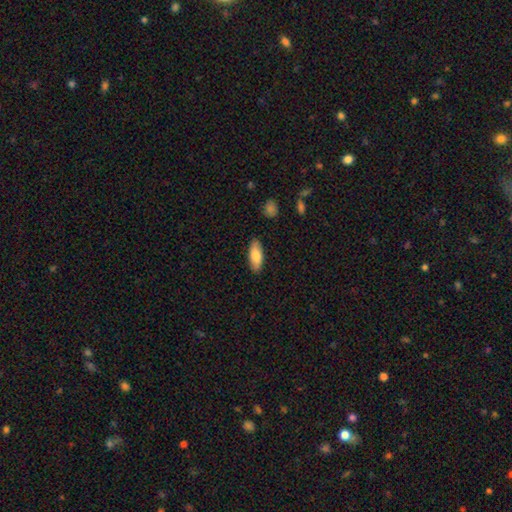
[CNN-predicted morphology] A smooth galaxy with no disk features (81%) that is in between round and cigar-shaped (77%).

Vote fractions:
- Smooth or featured? smooth: 81% / featured or disk: 13% / star or artifact: 6%
- How rounded? in between: 77% / cigar-shaped: 21% / round: 2%
- Merging? none: 86% / minor disturbance: 10% / major disturbance: 2% / merger: 2%